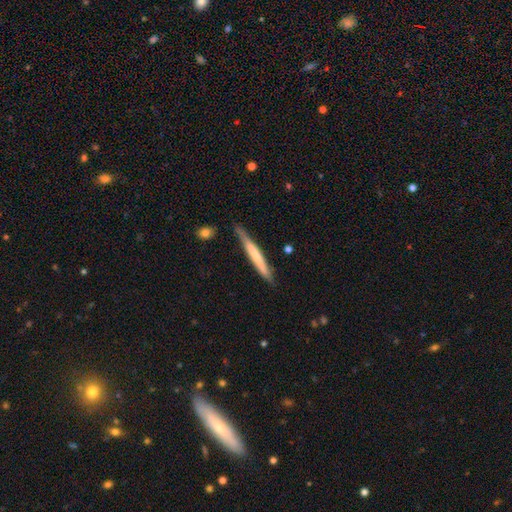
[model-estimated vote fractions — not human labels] smooth-or-featured: smooth: 55% | featured or disk: 40% | star or artifact: 5%
  how-rounded: cigar-shaped: 96% | in between: 3% | round: 1%
  merging: none: 80% | minor disturbance: 16% | major disturbance: 3% | merger: 2%